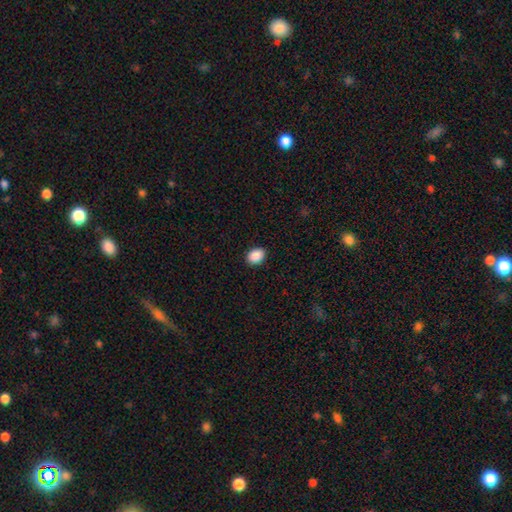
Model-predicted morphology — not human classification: Q: Smooth or featured?
A: smooth (90%); runner-up: star or artifact (8%)
Q: How rounded?
A: in between (63%); runner-up: round (37%)
Q: Merging?
A: none (90%); runner-up: minor disturbance (7%)